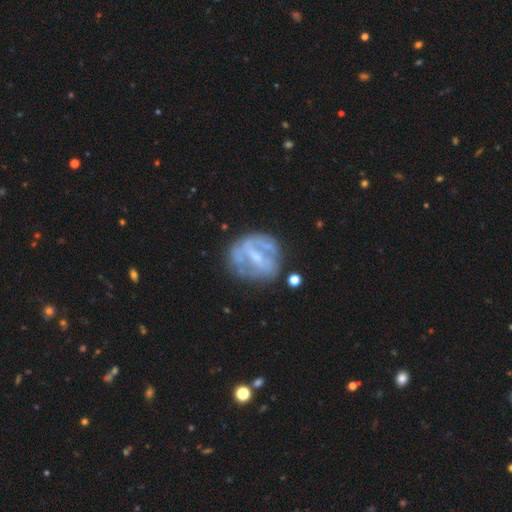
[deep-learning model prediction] This appears to be a featured or disk galaxy (70%) with a weak bar (41%), no spiral arms (54%) and a small central bulge (56%). Merging: none (60%).